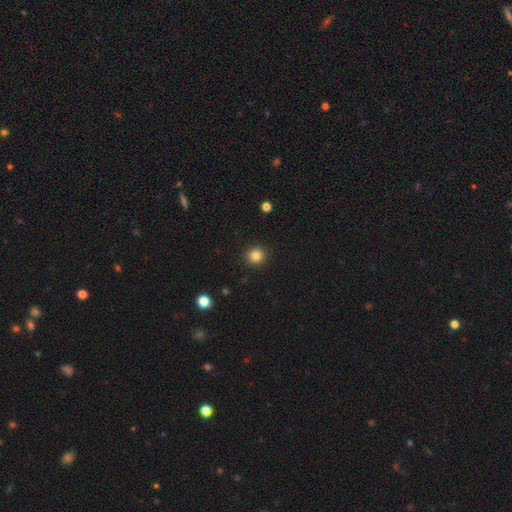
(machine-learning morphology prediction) Smooth or featured? smooth (85%)
How rounded? round (91%)
Merging? none (92%)